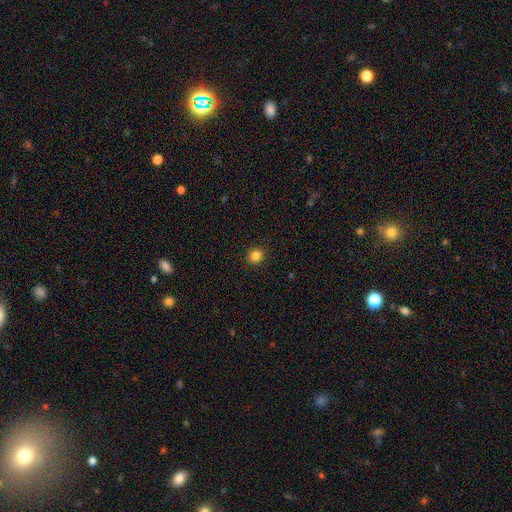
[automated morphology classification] Overall: smooth (84%). How rounded: round (89%). Merging: none (91%).